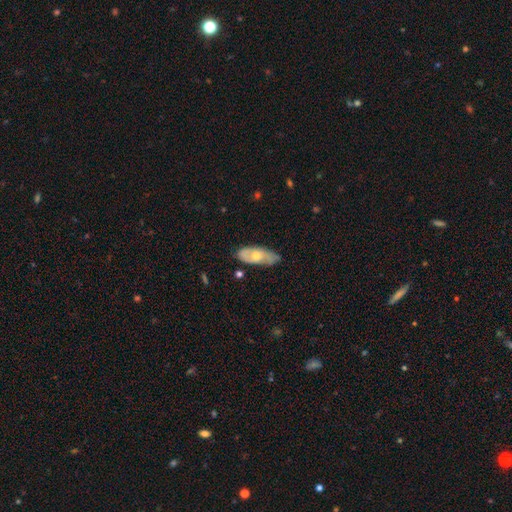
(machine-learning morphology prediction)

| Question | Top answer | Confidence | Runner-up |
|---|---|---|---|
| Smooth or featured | smooth | 49% | featured or disk (46%) |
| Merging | none | 62% | minor disturbance (30%) |